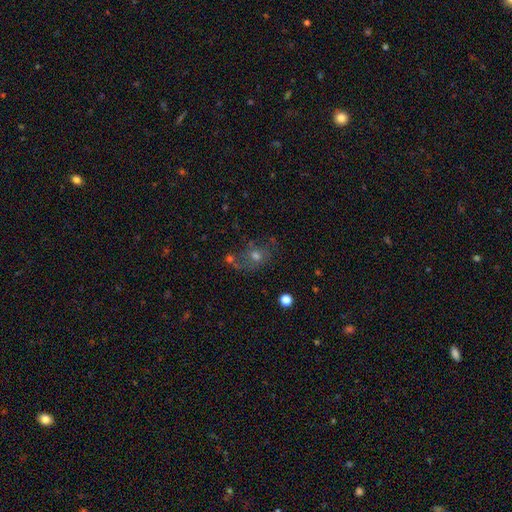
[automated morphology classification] Smooth or featured: smooth — 41% (featured or disk — 37%)
Merging: none — 48% (minor disturbance — 19%)